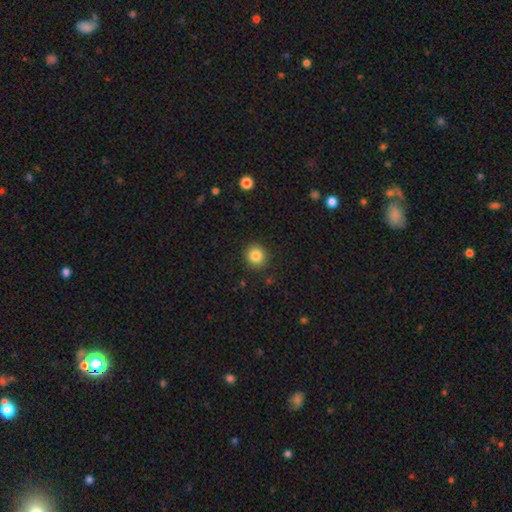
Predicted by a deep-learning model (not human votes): Smooth or featured: smooth — 84% (star or artifact — 10%)
How rounded: round — 91% (in between — 8%)
Merging: none — 91% (minor disturbance — 6%)